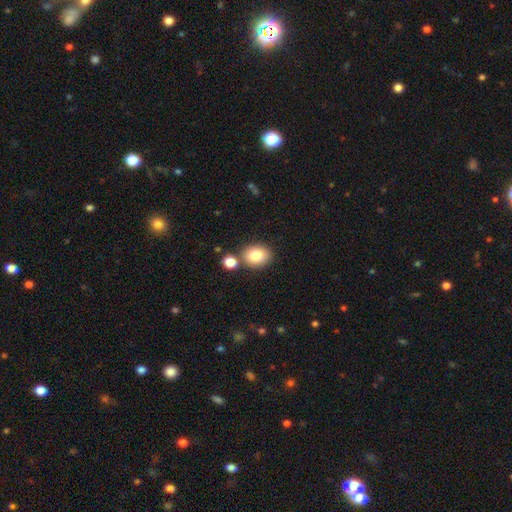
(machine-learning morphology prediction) Smooth or featured? Predicted: smooth (p=0.83). How rounded? Predicted: in between (p=0.55). Merging? Predicted: none (p=0.73).